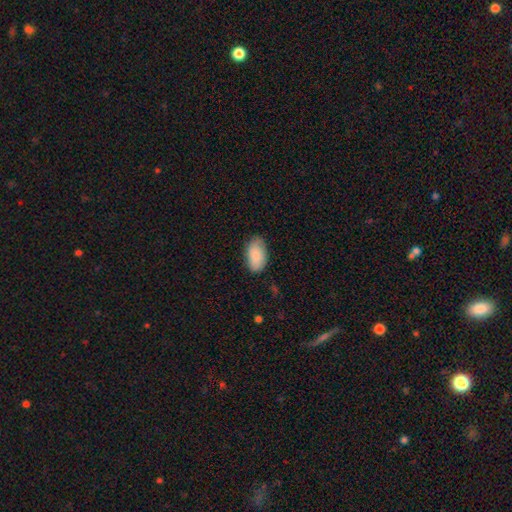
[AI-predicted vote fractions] Smooth or featured?
  - smooth: 85% *
  - featured or disk: 9%
  - star or artifact: 6%
How rounded?
  - in between: 94% *
  - round: 4%
  - cigar-shaped: 2%
Merging?
  - none: 79% *
  - minor disturbance: 17%
  - major disturbance: 3%
  - merger: 1%